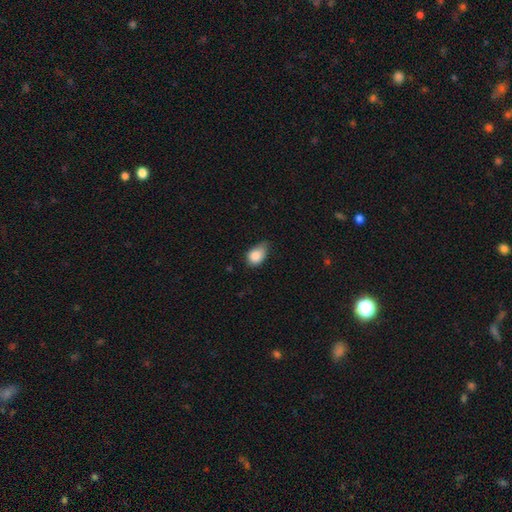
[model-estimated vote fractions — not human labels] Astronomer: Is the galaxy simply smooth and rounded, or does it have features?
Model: smooth — 84%.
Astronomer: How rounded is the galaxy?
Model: in between — 72%.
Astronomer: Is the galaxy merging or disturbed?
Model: minor disturbance — 52% (runner-up: none, 34%).